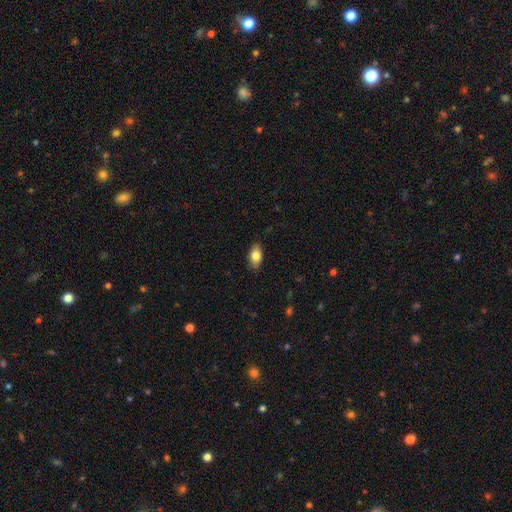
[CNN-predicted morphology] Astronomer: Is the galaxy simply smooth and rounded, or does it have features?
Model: smooth — 81%.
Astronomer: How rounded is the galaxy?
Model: in between — 90%.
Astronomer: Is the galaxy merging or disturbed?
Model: none — 85%.